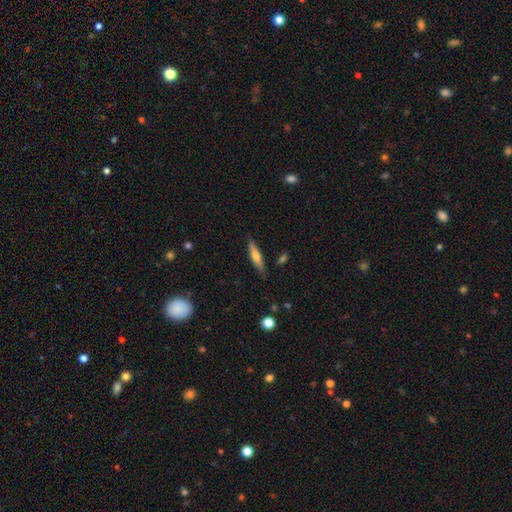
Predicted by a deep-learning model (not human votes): A smooth galaxy with no disk features (58%) that is cigar-shaped (77%). Merging: none (83%).